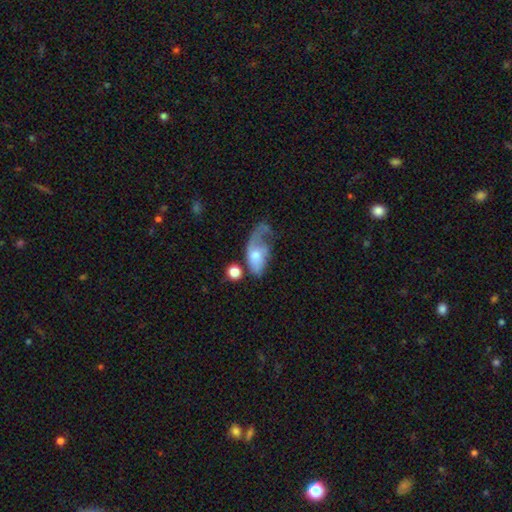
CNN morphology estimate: Smooth or featured? Predicted: featured or disk (p=0.47). Merging? Predicted: major disturbance (p=0.52).